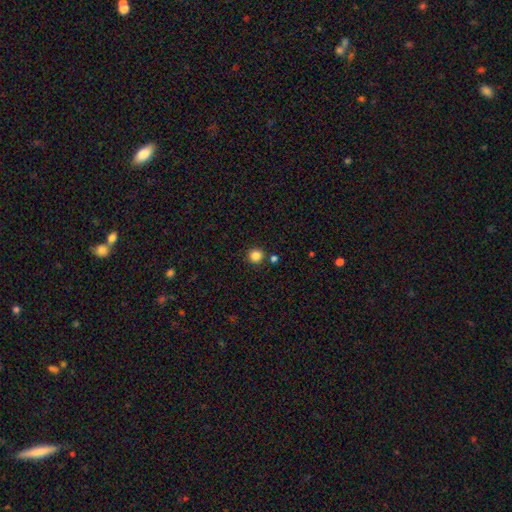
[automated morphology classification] A smooth galaxy with no disk features (85%) that is round (95%). Merging: none (87%).